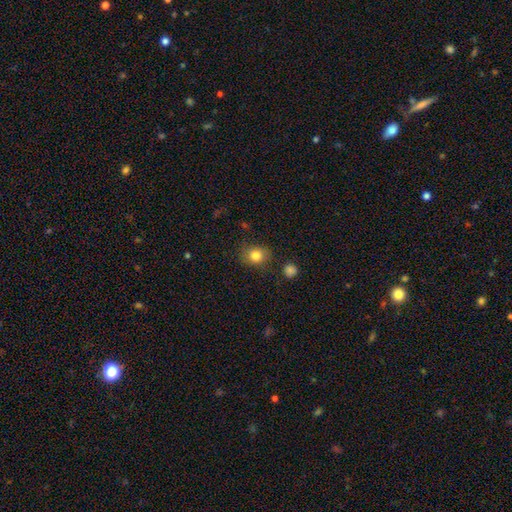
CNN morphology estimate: Smooth or featured: smooth — 83% (star or artifact — 11%)
How rounded: round — 70% (in between — 29%)
Merging: none — 82% (minor disturbance — 12%)